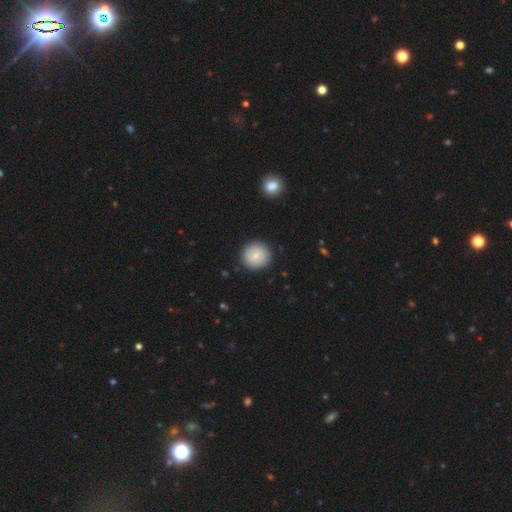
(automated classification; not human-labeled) Smooth or featured? smooth (76%)
How rounded? round (93%)
Merging? none (89%)